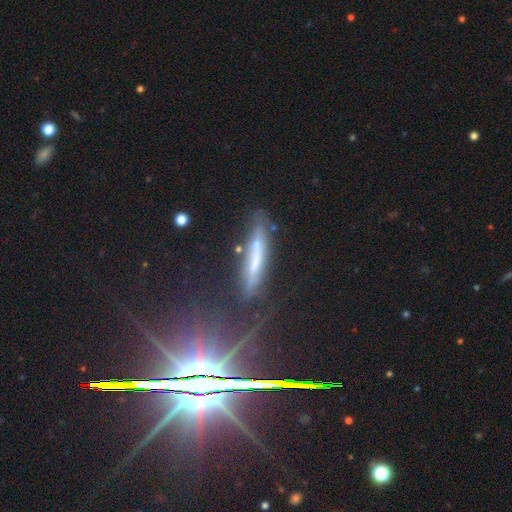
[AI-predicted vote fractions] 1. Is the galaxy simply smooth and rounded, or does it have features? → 39% featured or disk (tied), 39% smooth (tied), 22% star or artifact.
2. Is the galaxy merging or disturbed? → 74% none, 18% minor disturbance, 5% major disturbance, 3% merger.